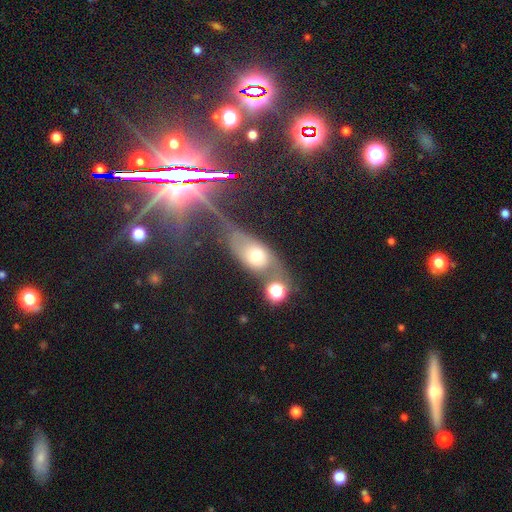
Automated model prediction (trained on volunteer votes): This appears to be a smooth galaxy with no disk features (42%). Merging: none (50%).